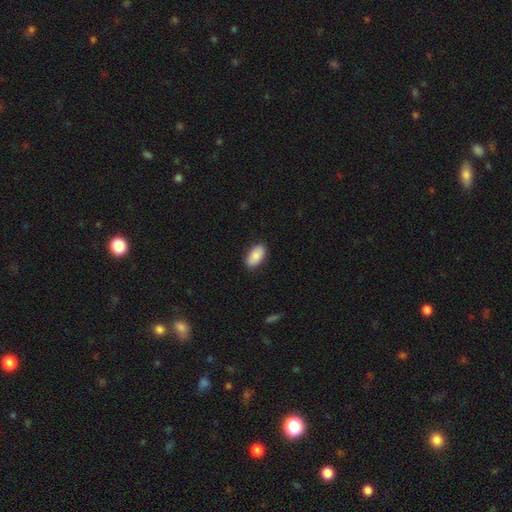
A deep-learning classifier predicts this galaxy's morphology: Smooth or featured? Predicted: smooth (p=0.86). How rounded? Predicted: in between (p=0.95). Merging? Predicted: none (p=0.87).